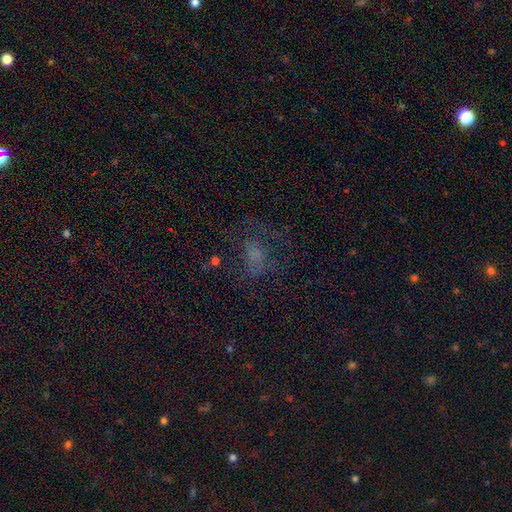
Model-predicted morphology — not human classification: Smooth or featured?
  - smooth: 36% *
  - featured or disk: 33%
  - star or artifact: 30%
Merging?
  - none: 48% *
  - major disturbance: 31%
  - minor disturbance: 19%
  - merger: 3%